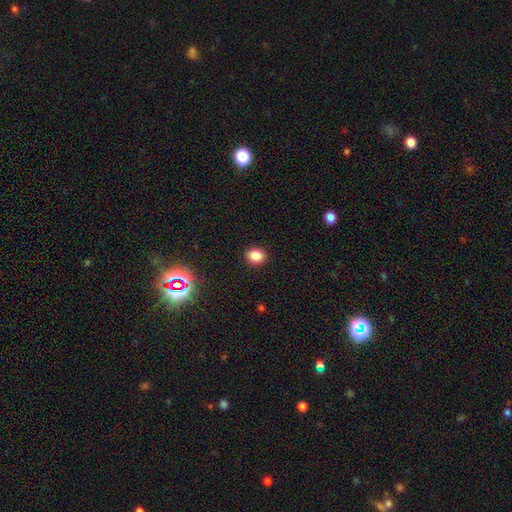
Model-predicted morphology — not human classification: smooth 84%, star or artifact 12%, featured or disk 4%. Down the decision tree: how rounded — round (58%); merging — none (91%).